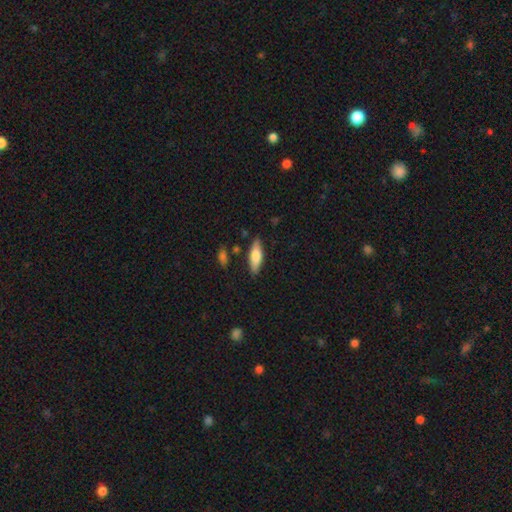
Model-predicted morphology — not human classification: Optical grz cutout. It shows a smooth galaxy with no disk features (75%) that is in between round and cigar-shaped (53%). Merging: none (81%).